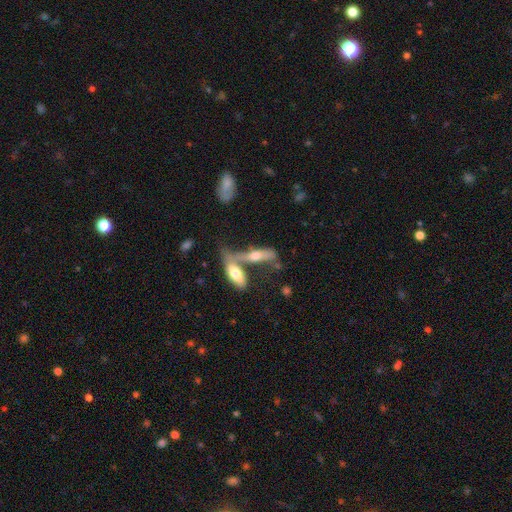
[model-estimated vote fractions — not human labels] Smooth or featured?
  - featured or disk: 49% *
  - smooth: 43%
  - star or artifact: 8%
Merging?
  - merger: 56% *
  - none: 25%
  - minor disturbance: 11%
  - major disturbance: 8%